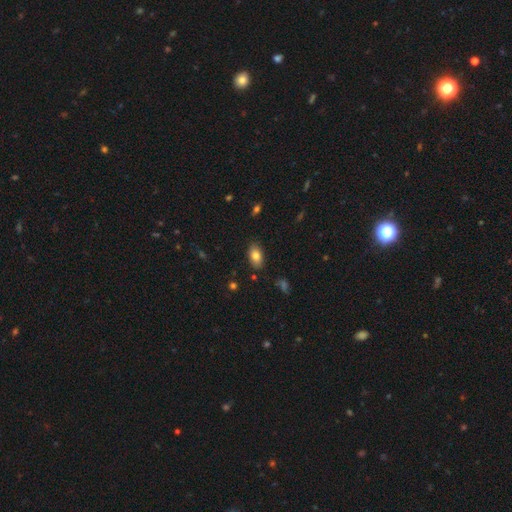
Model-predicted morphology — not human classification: A smooth galaxy with no disk features (82%) that is in between round and cigar-shaped (92%). Merging: none (85%).